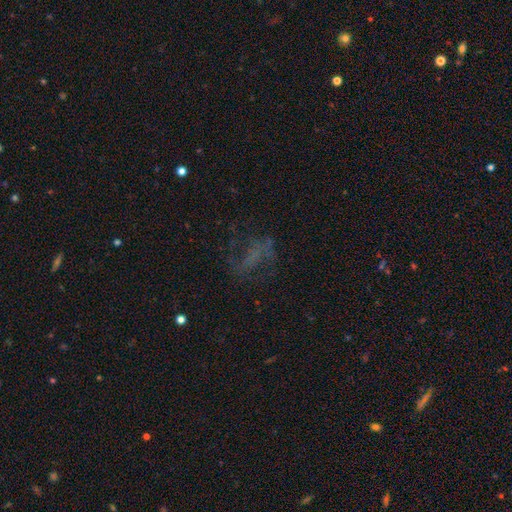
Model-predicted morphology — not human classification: A featured or disk galaxy (43%). Merging: none (56%).